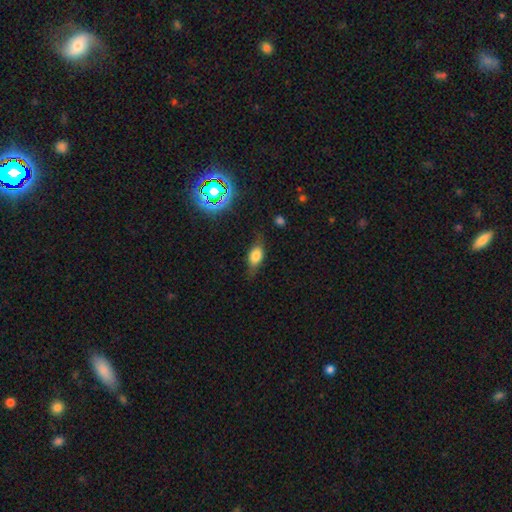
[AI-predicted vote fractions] Morphology: type=smooth (63%); roundness=in between (77%); merging=none (66%).